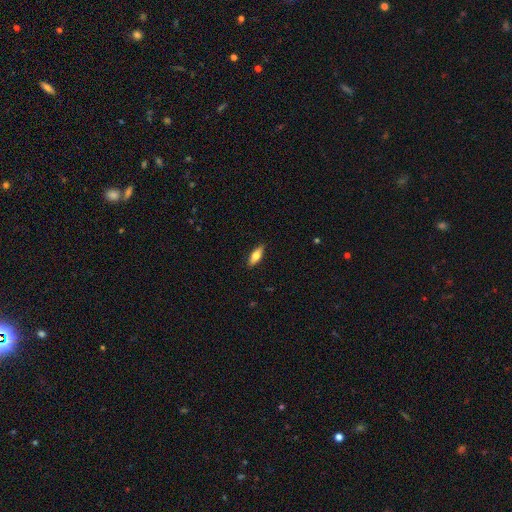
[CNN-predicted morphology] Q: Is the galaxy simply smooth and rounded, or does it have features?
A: smooth — 64%.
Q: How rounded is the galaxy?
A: in between — 61%.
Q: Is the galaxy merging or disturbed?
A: none — 89%.